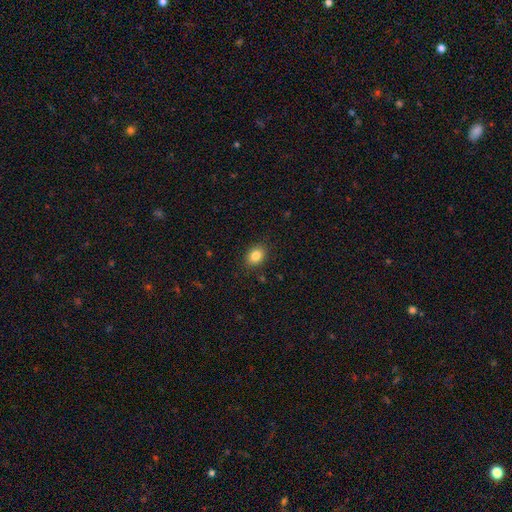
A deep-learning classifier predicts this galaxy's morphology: smooth_or_featured: smooth (p=0.85) [alt: star or artifact p=0.09]
how_rounded: in between (p=0.69) [alt: round p=0.30]
merging: none (p=0.87) [alt: minor disturbance p=0.09]